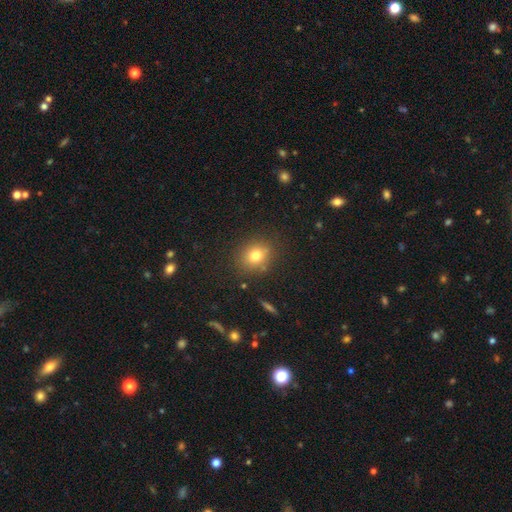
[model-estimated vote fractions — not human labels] This is likely a smooth galaxy (77%). How rounded: likely round (71%). Merging: clearly none (83%).